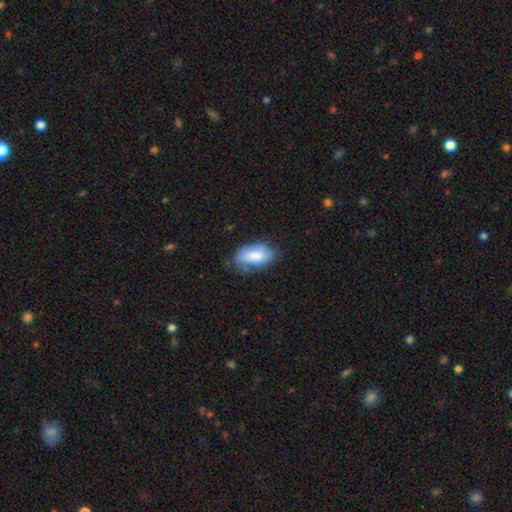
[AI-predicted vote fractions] Overall: smooth (75%). How rounded: in between (92%). Merging: none (65%; minor disturbance 27%).